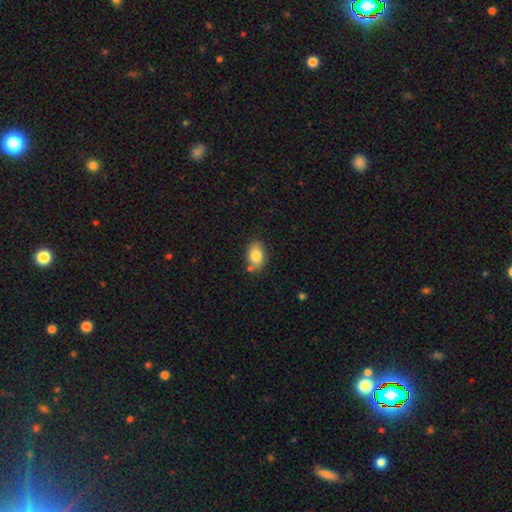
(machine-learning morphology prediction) smooth-or-featured: smooth: 81% | featured or disk: 11% | star or artifact: 8%
  how-rounded: in between: 84% | round: 14% | cigar-shaped: 1%
  merging: none: 74% | minor disturbance: 16% | merger: 7% | major disturbance: 3%